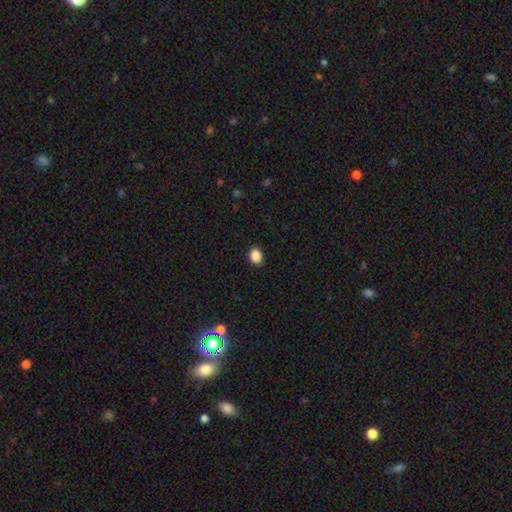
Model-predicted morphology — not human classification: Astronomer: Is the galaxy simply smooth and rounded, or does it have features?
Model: smooth — 88%.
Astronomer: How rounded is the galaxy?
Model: round — 52% (runner-up: in between, 47%).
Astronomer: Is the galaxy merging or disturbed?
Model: none — 88%.